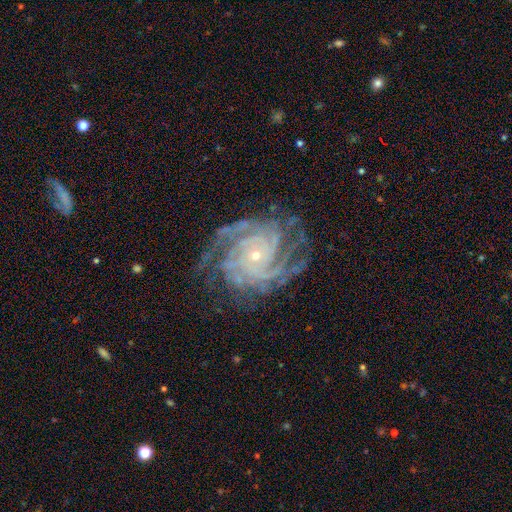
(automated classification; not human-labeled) This is clearly a featured or disk galaxy (92%). It is clearly not viewed edge-on (97%). Bar: likely no (78%). Spiral arm pattern: clearly yes (98%). Spiral arm count: marginally 4 (27%). Spiral winding: likely tight (73%). Central bulge: clearly small (82%). Merging: likely none (74%).